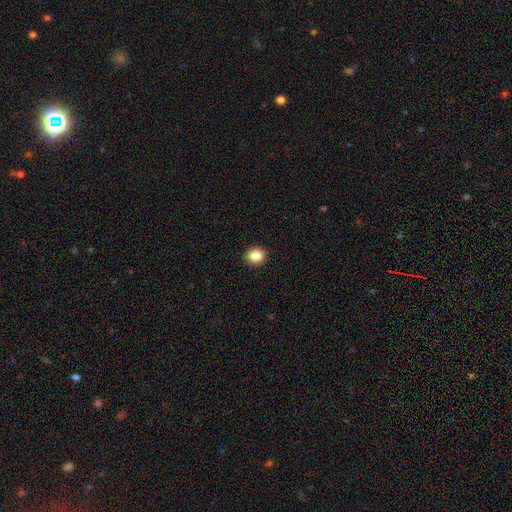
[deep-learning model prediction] Smooth or featured: smooth — 86% (star or artifact — 10%)
How rounded: round — 79% (in between — 20%)
Merging: none — 92% (minor disturbance — 5%)